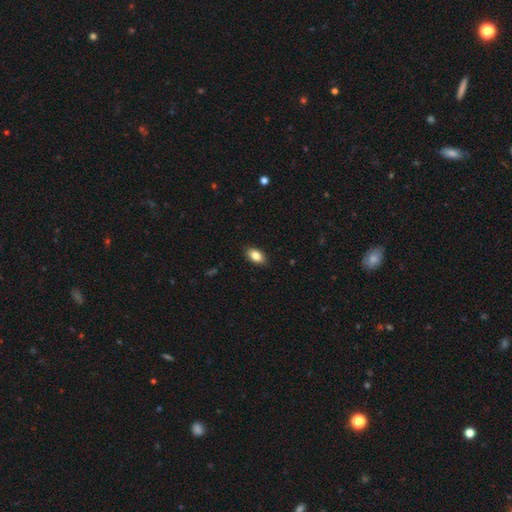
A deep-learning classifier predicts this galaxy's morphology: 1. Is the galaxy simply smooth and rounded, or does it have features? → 84% smooth, 9% featured or disk, 7% star or artifact.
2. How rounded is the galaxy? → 91% in between, 6% round, 3% cigar-shaped.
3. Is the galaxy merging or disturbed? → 89% none, 8% minor disturbance, 2% major disturbance, 1% merger.